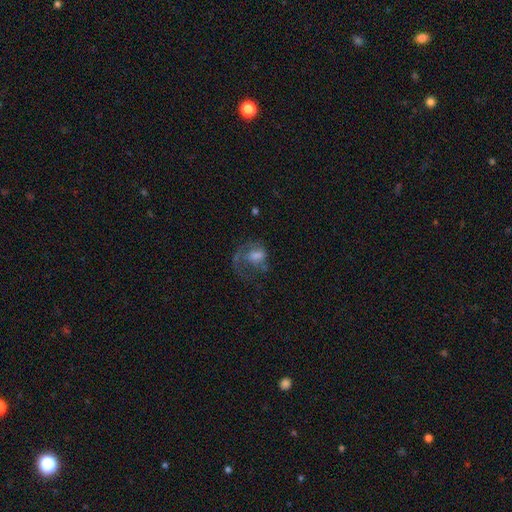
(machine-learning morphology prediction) Smooth or featured?
  - featured or disk: 58% *
  - smooth: 29%
  - star or artifact: 13%
Edge-on disk?
  - no: 97% *
  - yes: 3%
Bar?
  - no: 62% *
  - weak: 31%
  - strong: 7%
Spiral arms?
  - yes: 70% *
  - no: 30%
Bulge size?
  - moderate: 38% *
  - small: 22%
  - large: 19%
  - none: 17%
  - dominant: 4%
Merging?
  - major disturbance: 49% *
  - none: 32%
  - minor disturbance: 15%
  - merger: 4%